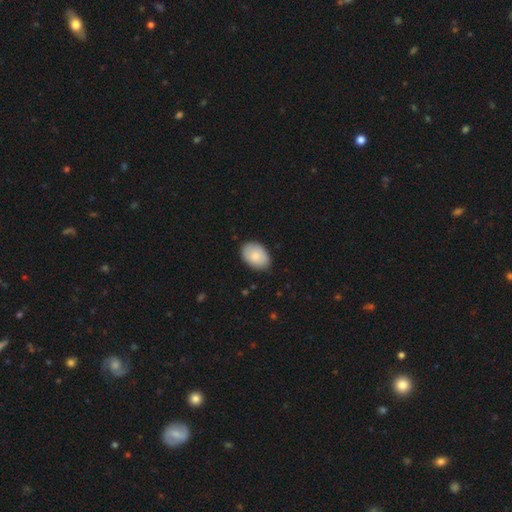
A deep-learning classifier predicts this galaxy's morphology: Smooth or featured?
  - smooth: 85% *
  - featured or disk: 9%
  - star or artifact: 6%
How rounded?
  - in between: 84% *
  - round: 15%
  - cigar-shaped: 1%
Merging?
  - none: 84% *
  - minor disturbance: 13%
  - major disturbance: 2%
  - merger: 1%